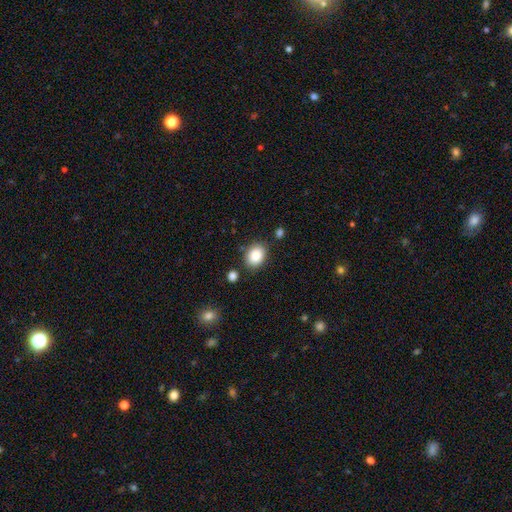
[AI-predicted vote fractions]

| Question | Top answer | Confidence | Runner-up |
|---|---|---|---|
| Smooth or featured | smooth | 87% | star or artifact (8%) |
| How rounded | in between | 63% | round (36%) |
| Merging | none | 81% | minor disturbance (11%) |